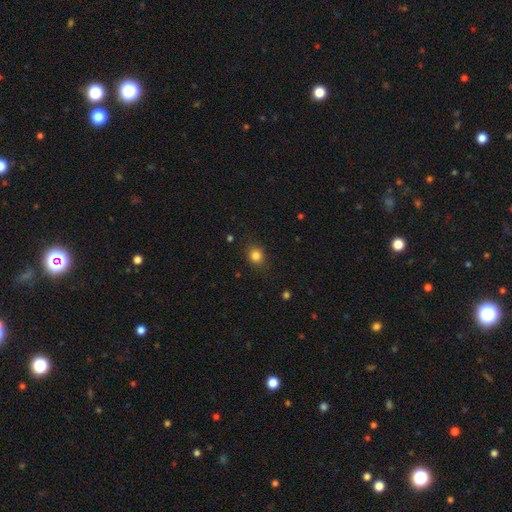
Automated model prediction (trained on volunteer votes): Smooth or featured: smooth — 84% (star or artifact — 12%)
How rounded: round — 72% (in between — 27%)
Merging: none — 86% (minor disturbance — 10%)